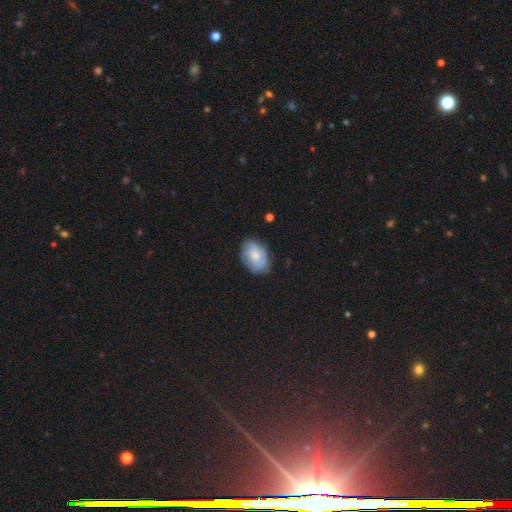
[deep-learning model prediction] This appears to be a smooth galaxy with no disk features (59%) that is in between round and cigar-shaped (82%). Merging: none (71%).